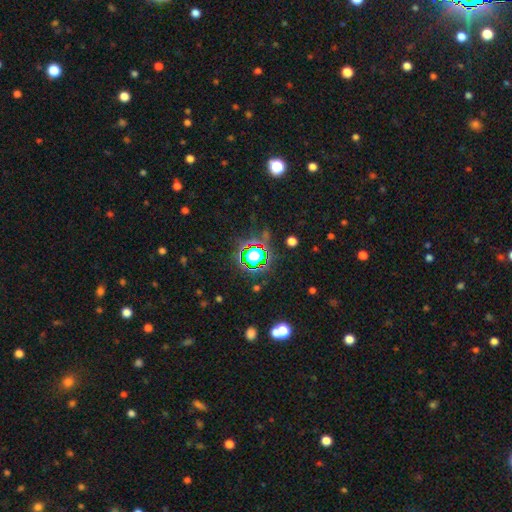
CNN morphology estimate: Smooth or featured? Predicted: star or artifact (p=0.67).